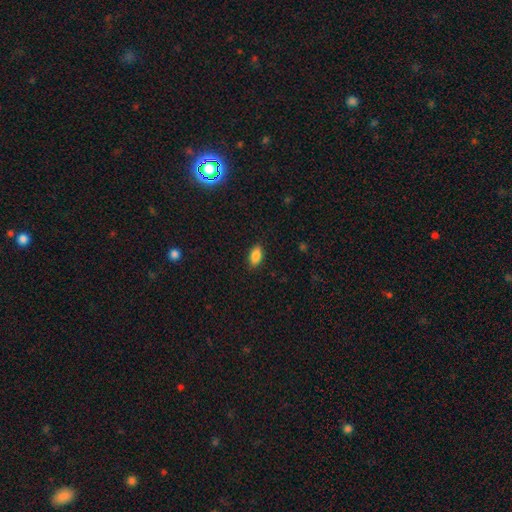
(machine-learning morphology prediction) Smooth or featured? Predicted: smooth (p=0.87). How rounded? Predicted: in between (p=0.91). Merging? Predicted: none (p=0.87).